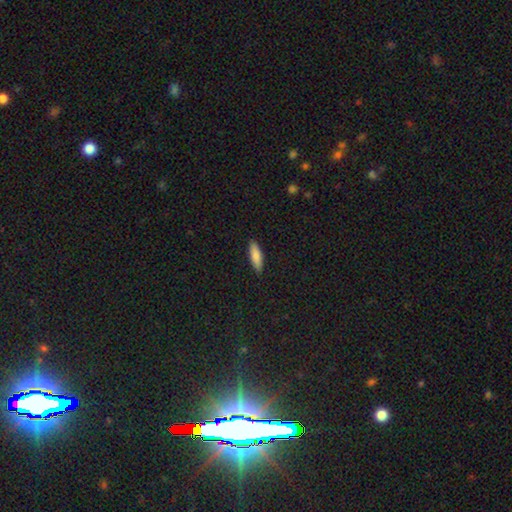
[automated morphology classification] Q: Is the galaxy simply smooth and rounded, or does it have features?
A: smooth — 86%.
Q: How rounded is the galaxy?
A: cigar-shaped — 54%.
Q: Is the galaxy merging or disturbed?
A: none — 89%.